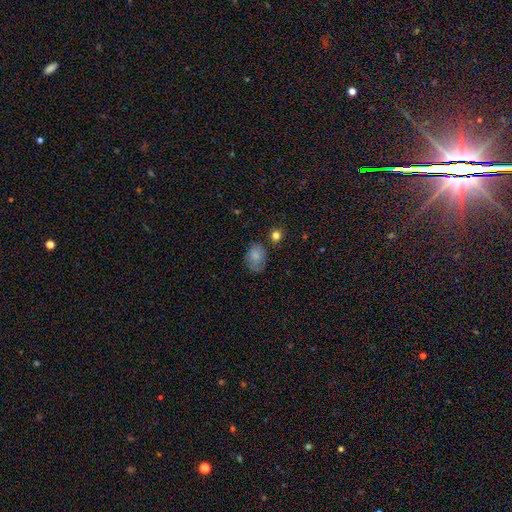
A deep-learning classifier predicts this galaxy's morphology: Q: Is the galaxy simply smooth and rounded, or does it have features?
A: smooth — 80%.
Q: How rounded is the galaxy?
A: in between — 68%.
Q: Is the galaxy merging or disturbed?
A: none — 64%.